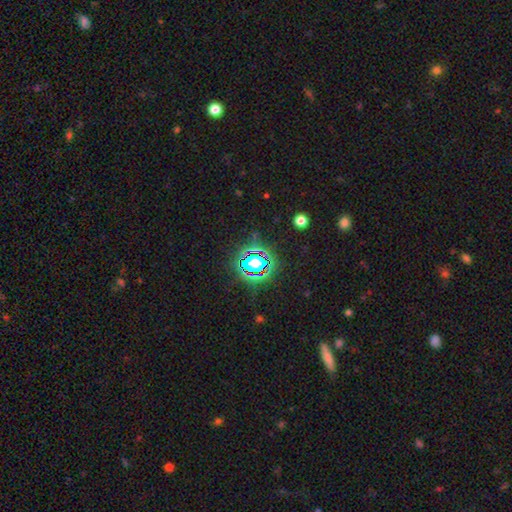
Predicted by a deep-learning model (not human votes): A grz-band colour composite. It shows a star or artifact, not a galaxy (79%).